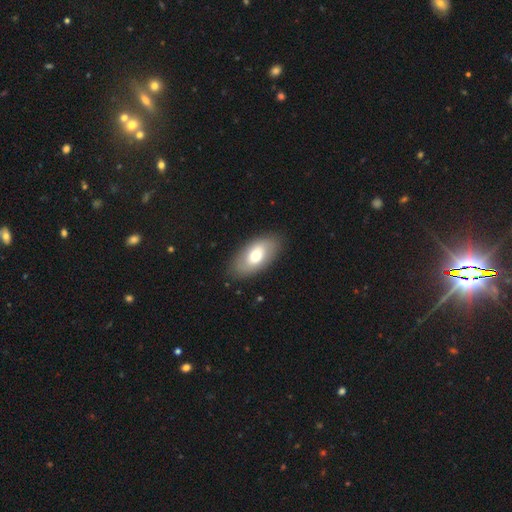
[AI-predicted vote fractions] Smooth or featured? Predicted: smooth (p=0.65). How rounded? Predicted: in between (p=0.93). Merging? Predicted: none (p=0.85).